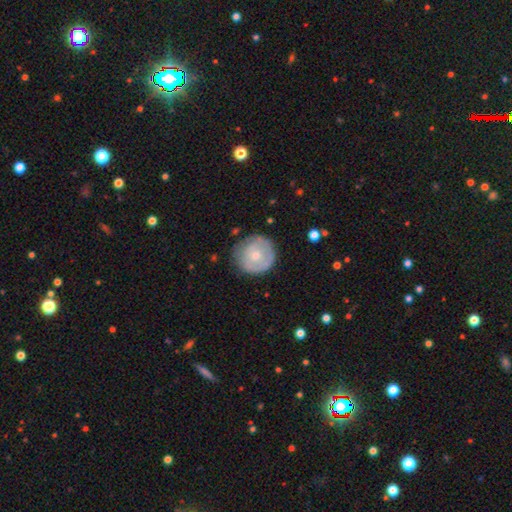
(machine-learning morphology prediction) Overall: smooth (52%; featured or disk 43%). How rounded: round (92%). Merging: none (72%).